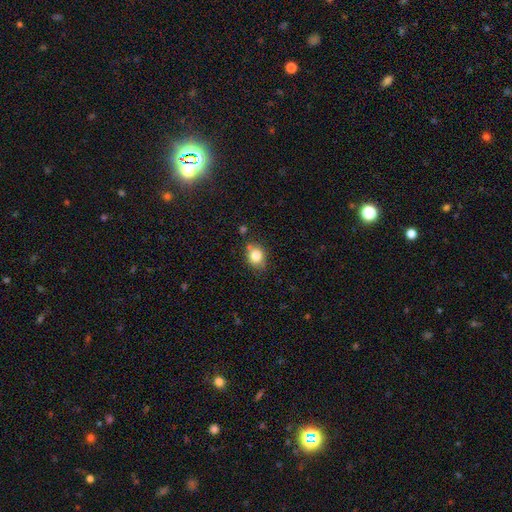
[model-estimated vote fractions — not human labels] Smooth or featured? Predicted: smooth (p=0.81). How rounded? Predicted: round (p=0.59). Merging? Predicted: none (p=0.72).